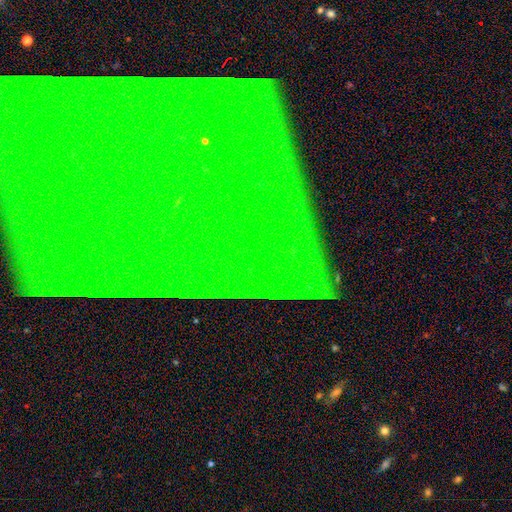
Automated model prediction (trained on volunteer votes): Smooth or featured: star or artifact — 85% (featured or disk — 8%)